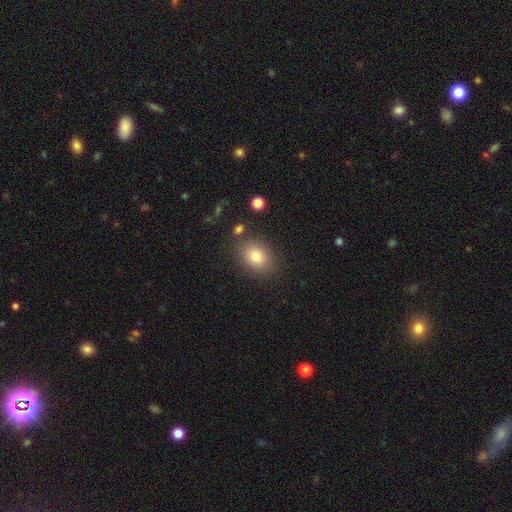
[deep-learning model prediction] Overall: smooth (79%). How rounded: in between (54%; round 45%). Merging: none (84%).